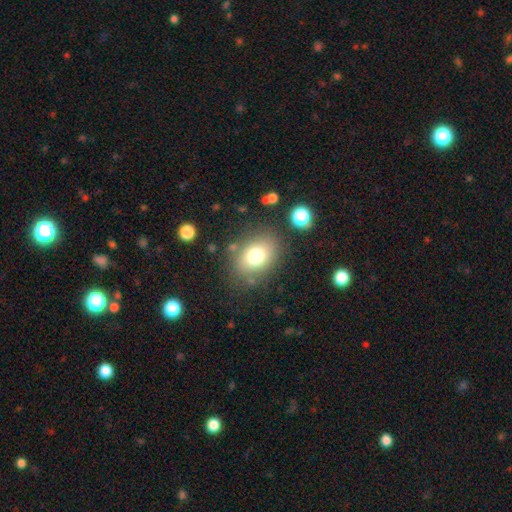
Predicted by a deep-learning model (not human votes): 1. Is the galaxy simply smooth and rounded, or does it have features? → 75% smooth, 13% featured or disk, 12% star or artifact.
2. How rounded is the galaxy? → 59% in between, 40% round, 1% cigar-shaped.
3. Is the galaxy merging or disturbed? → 77% none, 13% minor disturbance, 6% major disturbance, 4% merger.